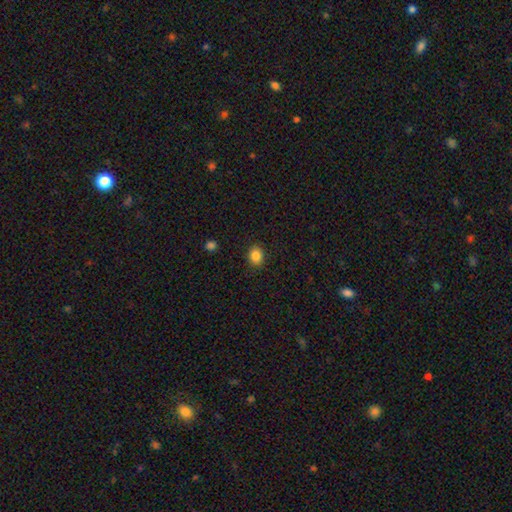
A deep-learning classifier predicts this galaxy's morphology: Smooth or featured? Predicted: smooth (p=0.85). How rounded? Predicted: round (p=0.54). Merging? Predicted: none (p=0.89).